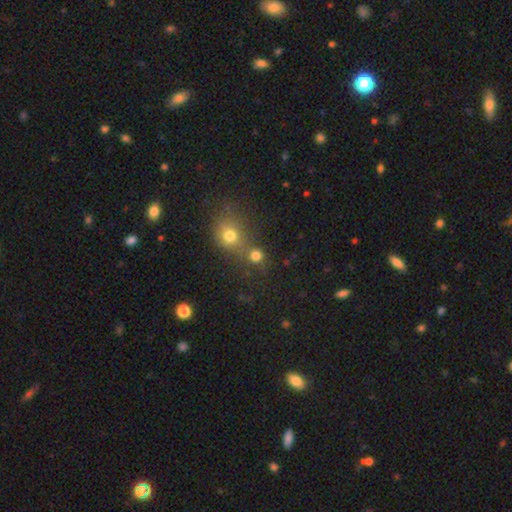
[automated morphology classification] A smooth galaxy with no disk features (76%) that is round (87%).

Vote fractions:
- Smooth or featured? smooth: 76% / star or artifact: 17% / featured or disk: 7%
- How rounded? round: 87% / in between: 12% / cigar-shaped: 1%
- Merging? none: 54% / merger: 34% / minor disturbance: 7% / major disturbance: 4%